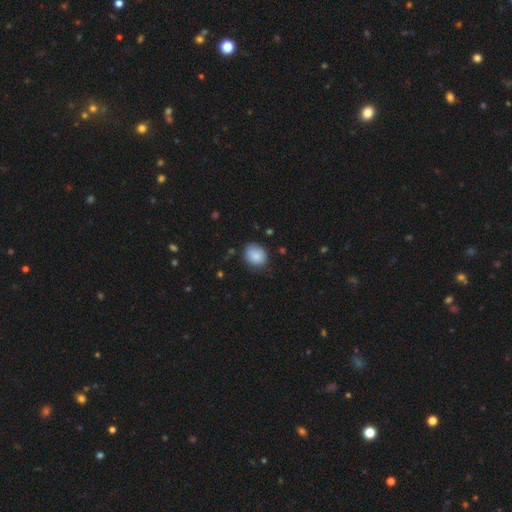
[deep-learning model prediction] Smooth or featured: smooth — 86% (star or artifact — 8%)
How rounded: round — 53% (in between — 46%)
Merging: none — 75% (minor disturbance — 20%)